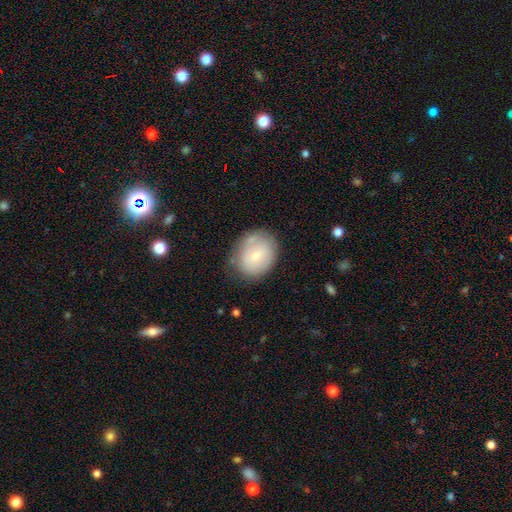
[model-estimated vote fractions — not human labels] smooth 67%, featured or disk 25%, star or artifact 8%. Down the decision tree: how rounded — round (56%); merging — none (70%).